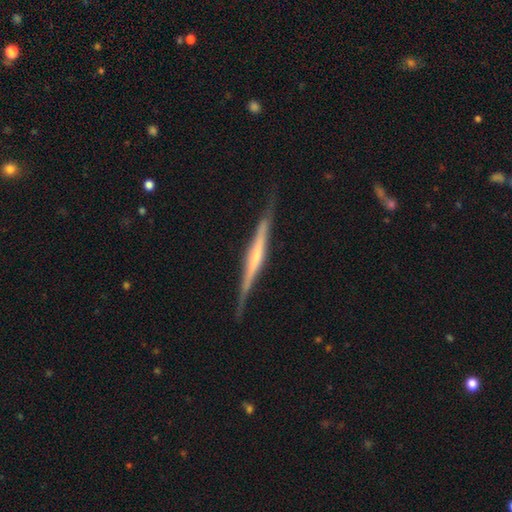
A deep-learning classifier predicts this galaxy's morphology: Q: Smooth or featured?
A: featured or disk (75%); runner-up: smooth (20%)
Q: Edge-on disk?
A: yes (97%); runner-up: no (3%)
Q: Edge-on bulge?
A: none (46%); runner-up: rounded (33%)
Q: Merging?
A: none (82%); runner-up: minor disturbance (14%)